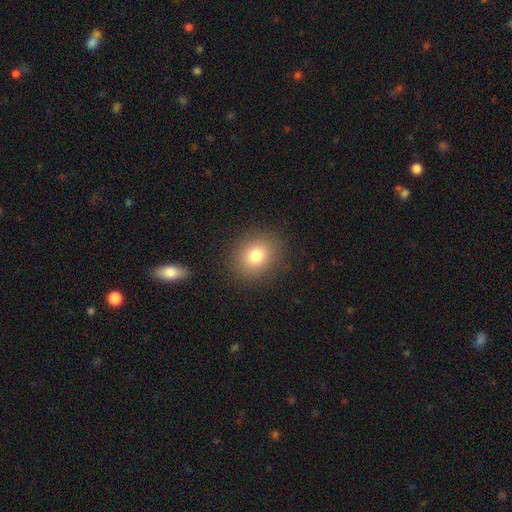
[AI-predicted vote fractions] A smooth galaxy with no disk features (78%) that is round (68%).

Vote fractions:
- Smooth or featured? smooth: 78% / star or artifact: 12% / featured or disk: 10%
- How rounded? round: 68% / in between: 31% / cigar-shaped: 1%
- Merging? none: 88% / minor disturbance: 8% / major disturbance: 3% / merger: 1%